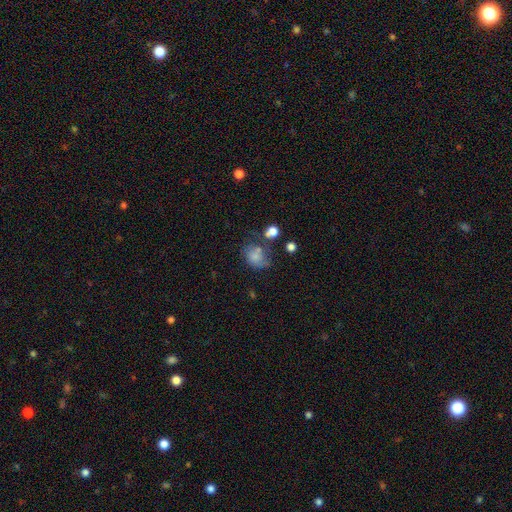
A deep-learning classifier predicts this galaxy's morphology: Overall: smooth (68%). How rounded: in between (53%; round 46%). Merging: none (35%; minor disturbance 28%).